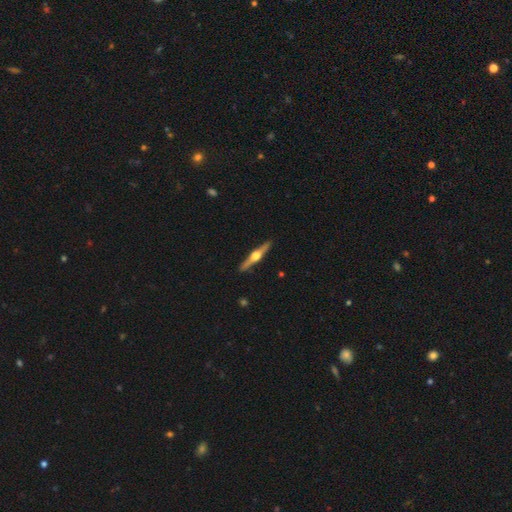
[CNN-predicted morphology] Smooth or featured?
  - featured or disk: 78% *
  - smooth: 18%
  - star or artifact: 5%
Edge-on disk?
  - yes: 98% *
  - no: 2%
Edge-on bulge?
  - rounded: 96% *
  - boxy: 3%
  - none: 2%
Merging?
  - none: 91% *
  - minor disturbance: 6%
  - major disturbance: 1%
  - merger: 1%